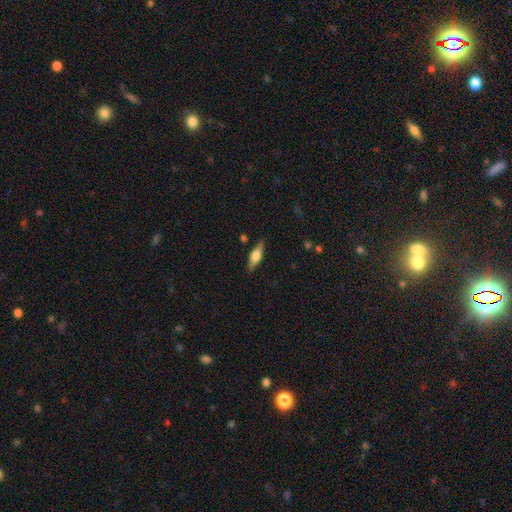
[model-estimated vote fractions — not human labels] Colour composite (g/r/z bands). It shows a featured or disk galaxy (51%) viewed edge-on (93%). Merging: none (85%).